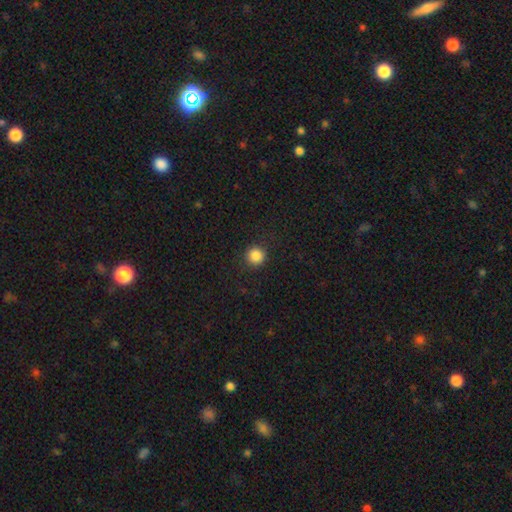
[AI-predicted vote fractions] Q: Smooth or featured?
A: smooth (86%); runner-up: star or artifact (11%)
Q: How rounded?
A: round (94%); runner-up: in between (5%)
Q: Merging?
A: none (91%); runner-up: minor disturbance (6%)